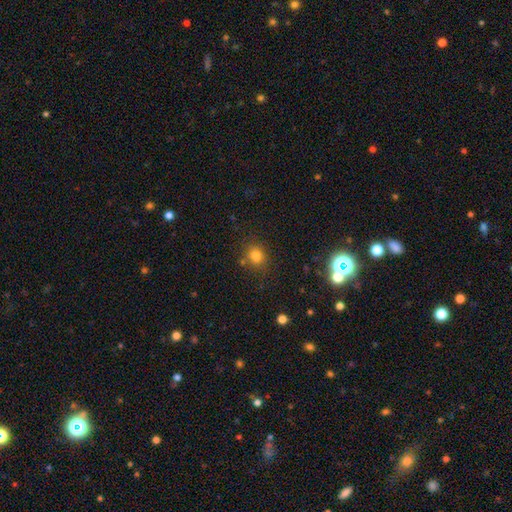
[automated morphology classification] Smooth or featured: smooth — 79% (star or artifact — 14%)
How rounded: round — 74% (in between — 25%)
Merging: none — 78% (minor disturbance — 12%)